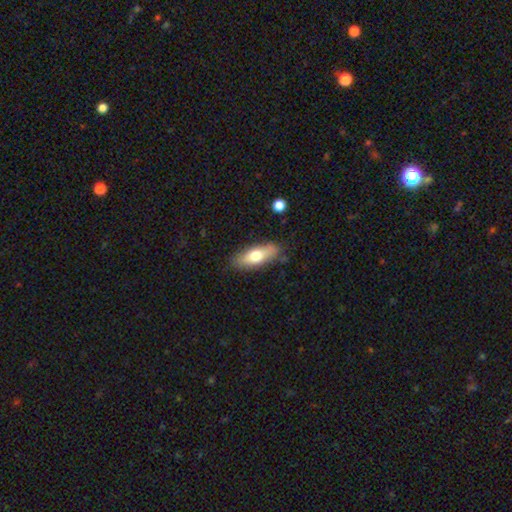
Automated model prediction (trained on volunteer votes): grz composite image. It shows a smooth galaxy with no disk features (66%) that is in between round and cigar-shaped (64%). Merging: none (80%).